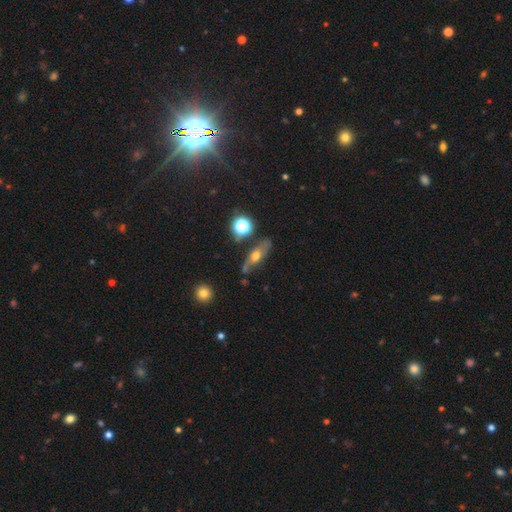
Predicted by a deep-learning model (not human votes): Overall: smooth (44%; featured or disk 43%). Merging: none (62%).